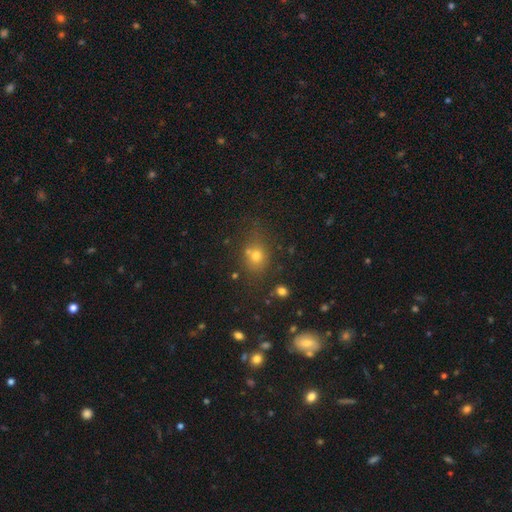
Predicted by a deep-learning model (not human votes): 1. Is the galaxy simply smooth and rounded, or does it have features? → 67% smooth, 21% star or artifact, 11% featured or disk.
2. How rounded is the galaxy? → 62% round, 37% in between, 2% cigar-shaped.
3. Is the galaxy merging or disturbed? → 63% none, 16% merger, 15% minor disturbance, 6% major disturbance.